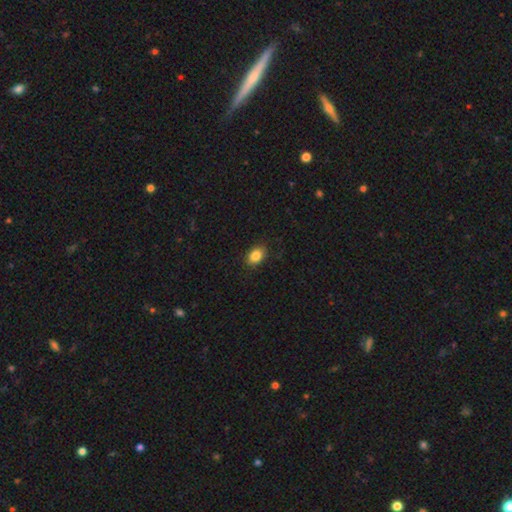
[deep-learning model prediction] smooth 86%, star or artifact 9%, featured or disk 5%. Down the decision tree: how rounded — in between (76%); merging — none (87%).